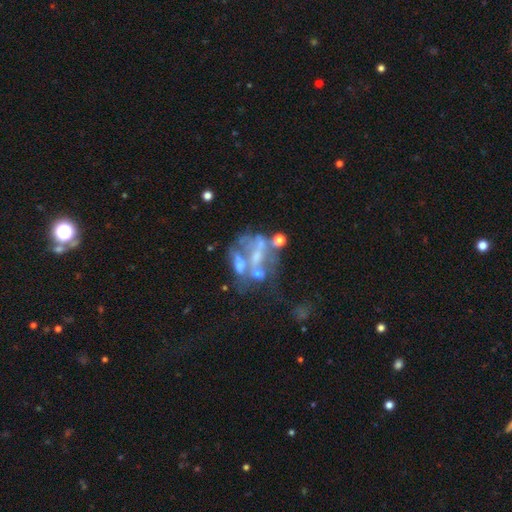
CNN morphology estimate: Smooth or featured: featured or disk — 64% (star or artifact — 19%)
Edge-on disk: no — 96% (yes — 4%)
Bar: no — 78% (weak — 13%)
Spiral arms: no — 89% (yes — 11%)
Bulge size: none — 54% (small — 22%)
Merging: merger — 36% (major disturbance — 28%)